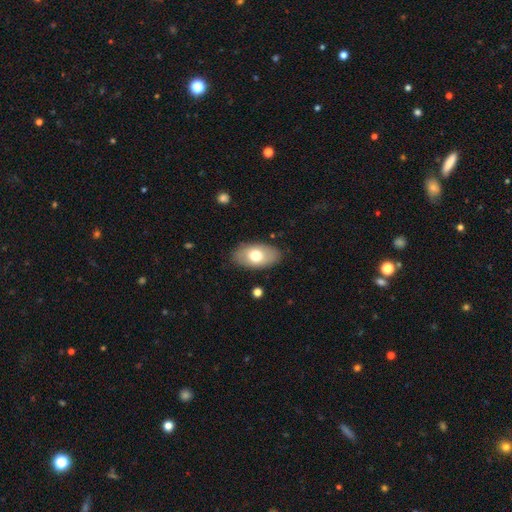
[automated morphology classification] This is likely a smooth galaxy (68%). How rounded: clearly in between (93%). Merging: clearly none (85%).